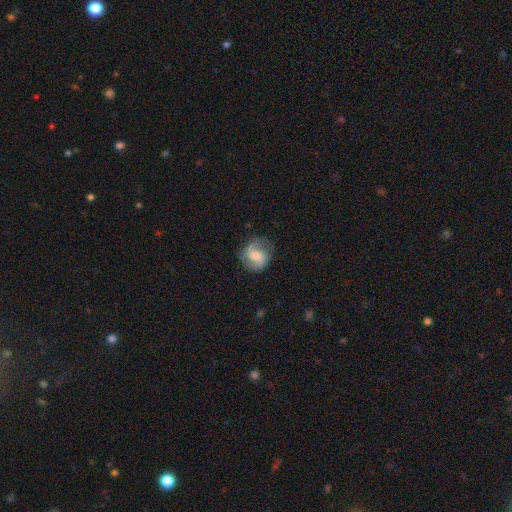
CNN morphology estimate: This is likely a featured or disk galaxy (62%). It is clearly not viewed edge-on (97%). Bar: possibly weak (47%). Spiral arm pattern: clearly yes (89%). Spiral arm count: clearly 2 (86%). Spiral winding: possibly medium (46%). Central bulge: possibly moderate (46%). Merging: likely none (76%).